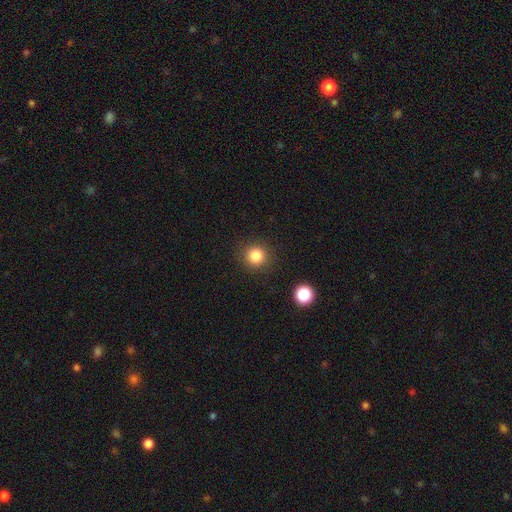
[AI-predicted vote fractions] Overall: smooth (84%). How rounded: round (93%). Merging: none (89%).